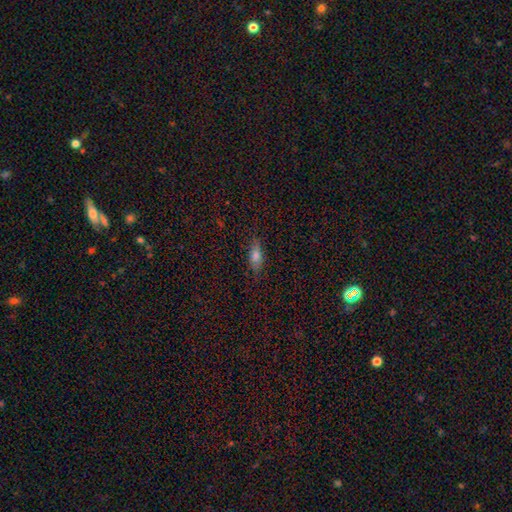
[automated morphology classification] Smooth or featured: smooth — 71% (featured or disk — 18%)
How rounded: in between — 73% (cigar-shaped — 23%)
Merging: none — 83% (minor disturbance — 13%)